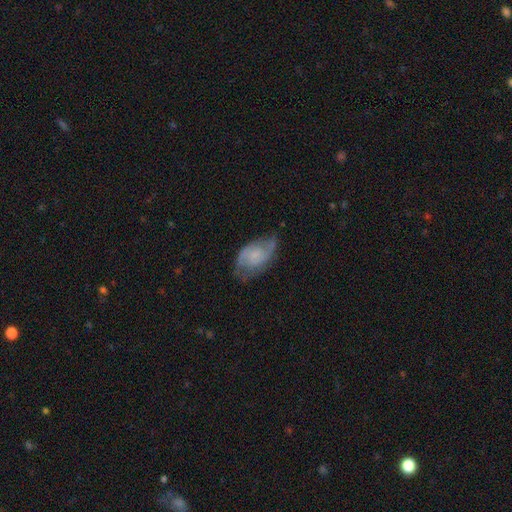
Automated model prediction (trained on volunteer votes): Smooth or featured? Predicted: featured or disk (p=0.66). Edge-on disk? Predicted: no (p=0.96). Bar? Predicted: no (p=0.63). Spiral arms? Predicted: yes (p=0.89). Spiral winding? Predicted: medium (p=0.47). Spiral arm count? Predicted: 2 (p=0.79). Bulge size? Predicted: small (p=0.45). Merging? Predicted: none (p=0.58).